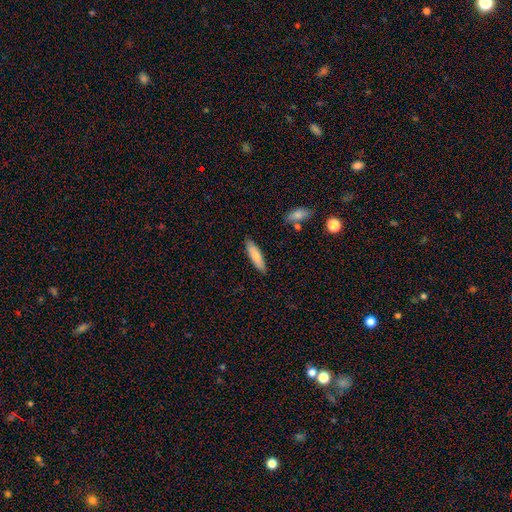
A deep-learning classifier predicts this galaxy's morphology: Smooth or featured? Predicted: smooth (p=0.79). How rounded? Predicted: cigar-shaped (p=0.69). Merging? Predicted: none (p=0.87).